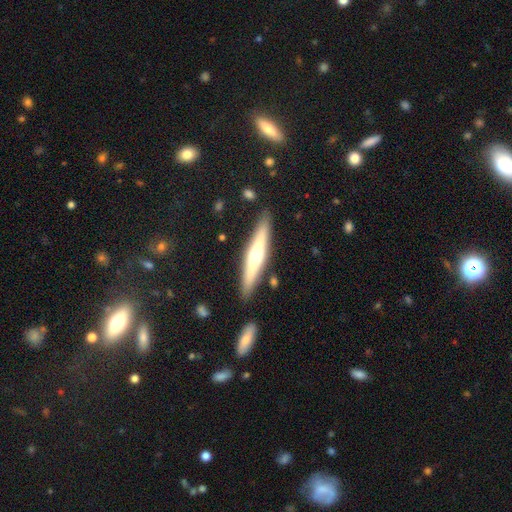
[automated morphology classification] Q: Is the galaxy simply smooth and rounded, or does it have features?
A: featured or disk — 53%.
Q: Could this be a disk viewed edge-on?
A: yes — 92%.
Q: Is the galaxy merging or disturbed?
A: none — 86%.